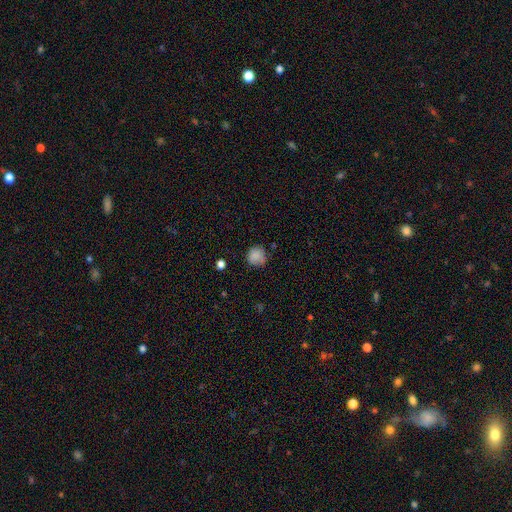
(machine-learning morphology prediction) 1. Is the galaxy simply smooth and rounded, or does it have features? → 85% smooth, 9% star or artifact, 6% featured or disk.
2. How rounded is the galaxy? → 88% round, 11% in between, 1% cigar-shaped.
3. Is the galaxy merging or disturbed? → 72% none, 20% minor disturbance, 5% major disturbance, 3% merger.